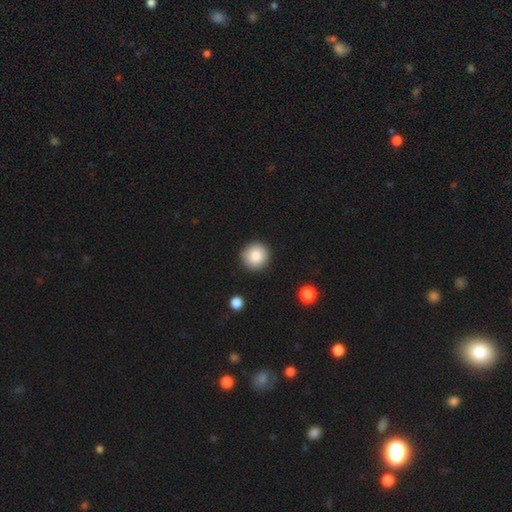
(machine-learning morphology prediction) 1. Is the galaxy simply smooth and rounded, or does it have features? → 86% smooth, 8% star or artifact, 6% featured or disk.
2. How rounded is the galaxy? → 94% round, 5% in between, 1% cigar-shaped.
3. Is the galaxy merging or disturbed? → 90% none, 6% minor disturbance, 2% major disturbance, 1% merger.